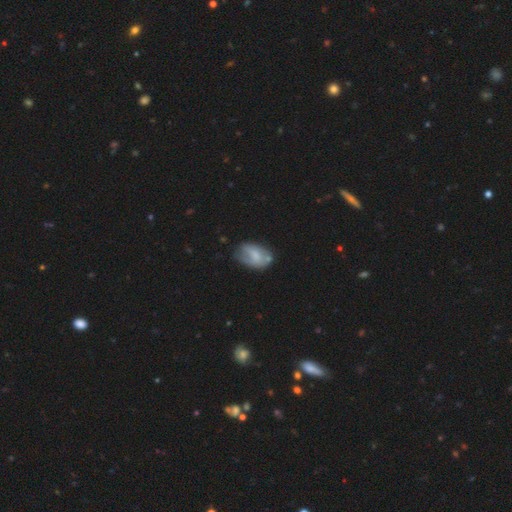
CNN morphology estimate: smooth 54%, featured or disk 39%, star or artifact 7%. Down the decision tree: how rounded — in between (88%); merging — none (50%).